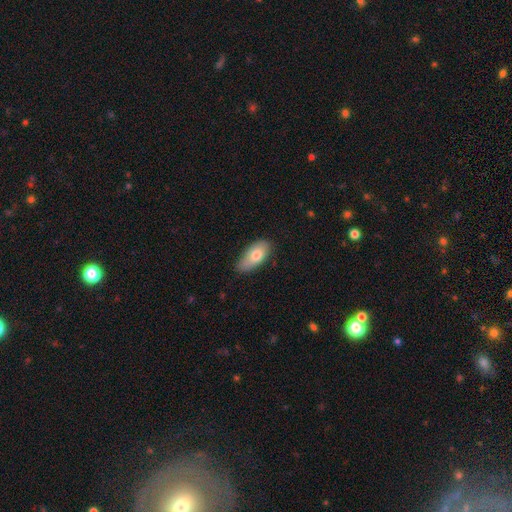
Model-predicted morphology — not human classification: A smooth galaxy with no disk features (77%) that is in between round and cigar-shaped (90%). Merging: none (71%).